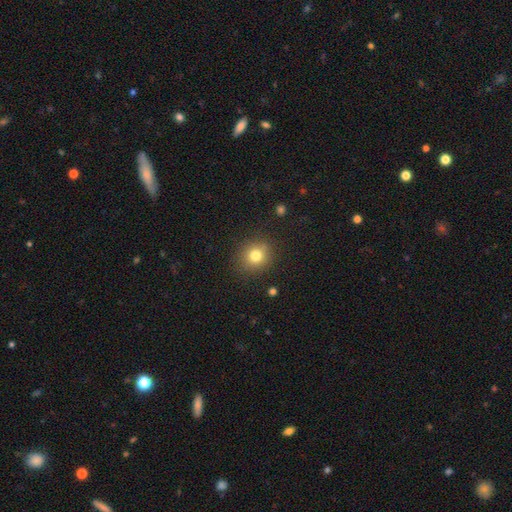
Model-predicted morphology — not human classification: A smooth galaxy with no disk features (78%) that is round (84%). Merging: none (86%).